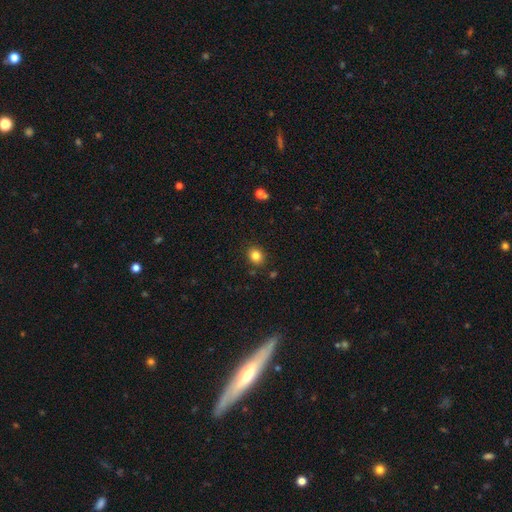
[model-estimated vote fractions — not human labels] Smooth or featured? Predicted: smooth (p=0.83). How rounded? Predicted: round (p=0.66). Merging? Predicted: none (p=0.88).